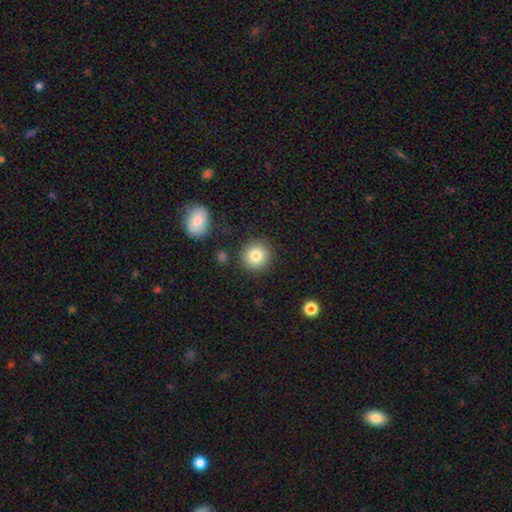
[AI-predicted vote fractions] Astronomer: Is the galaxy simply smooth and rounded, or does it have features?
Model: smooth — 83%.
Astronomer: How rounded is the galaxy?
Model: round — 93%.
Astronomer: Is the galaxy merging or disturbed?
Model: none — 87%.